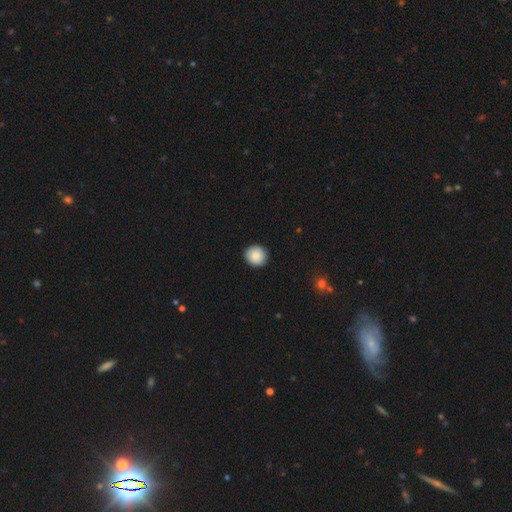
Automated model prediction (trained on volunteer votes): smooth-or-featured: smooth: 86% | star or artifact: 7% | featured or disk: 6%
  how-rounded: round: 90% | in between: 10% | cigar-shaped: 1%
  merging: none: 91% | minor disturbance: 7% | major disturbance: 2% | merger: 1%